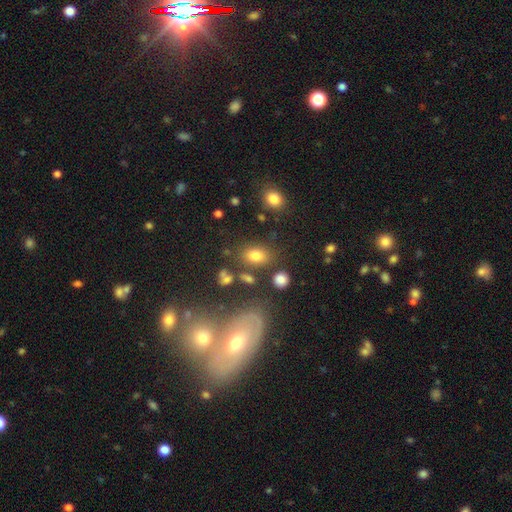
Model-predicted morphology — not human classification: smooth_or_featured: smooth (p=0.77) [alt: star or artifact p=0.13]
how_rounded: in between (p=0.79) [alt: round p=0.19]
merging: none (p=0.72) [alt: minor disturbance p=0.14]